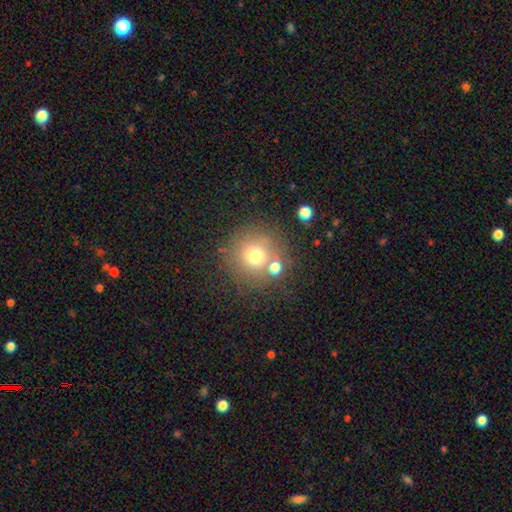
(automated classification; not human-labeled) Smooth or featured?
  - smooth: 69% *
  - star or artifact: 17%
  - featured or disk: 14%
How rounded?
  - round: 93% *
  - in between: 6%
  - cigar-shaped: 1%
Merging?
  - none: 70% *
  - merger: 14%
  - minor disturbance: 10%
  - major disturbance: 5%